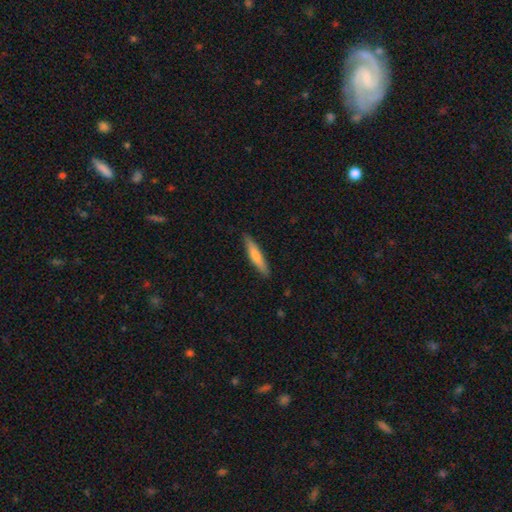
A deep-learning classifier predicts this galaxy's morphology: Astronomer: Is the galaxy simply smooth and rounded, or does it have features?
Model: smooth — 69%.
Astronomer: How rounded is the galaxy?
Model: cigar-shaped — 89%.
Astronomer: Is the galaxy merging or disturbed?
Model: none — 87%.